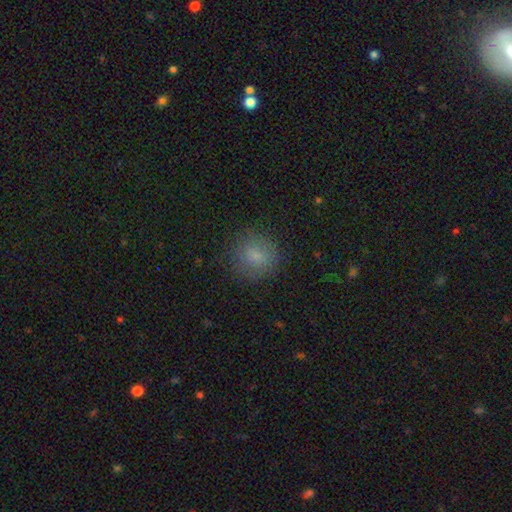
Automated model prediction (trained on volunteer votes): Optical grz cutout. It shows a smooth galaxy with no disk features (80%) that is round (84%). Merging: none (81%).